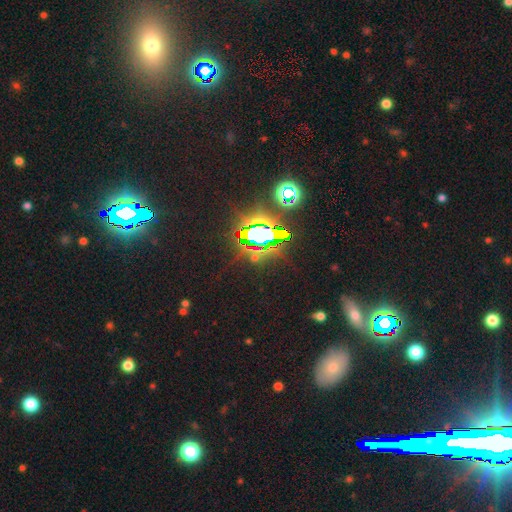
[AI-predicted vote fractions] Q: Smooth or featured?
A: star or artifact (77%); runner-up: smooth (13%)